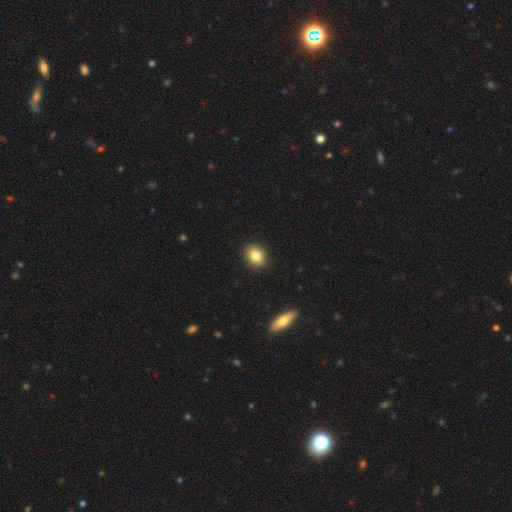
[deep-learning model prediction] Overall: smooth (83%). How rounded: round (54%; in between 45%). Merging: none (91%).